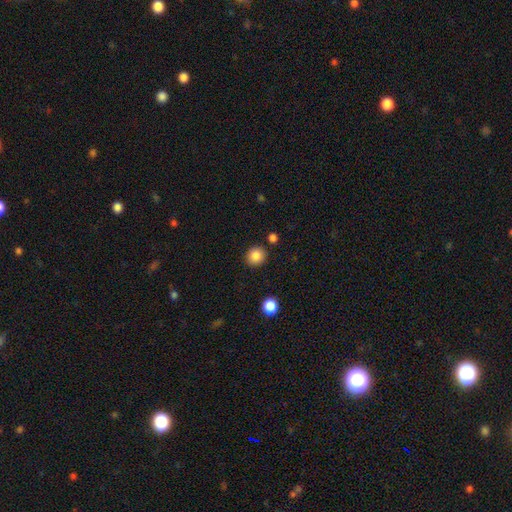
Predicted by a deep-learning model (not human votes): A smooth galaxy with no disk features (86%) that is round (87%).

Vote fractions:
- Smooth or featured? smooth: 86% / star or artifact: 10% / featured or disk: 4%
- How rounded? round: 87% / in between: 13% / cigar-shaped: 1%
- Merging? none: 87% / minor disturbance: 7% / merger: 4% / major disturbance: 2%